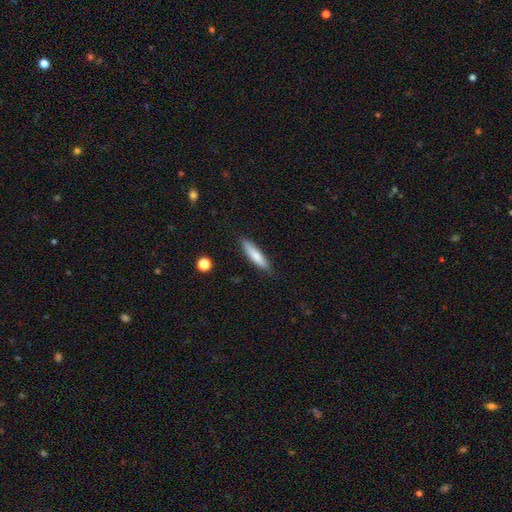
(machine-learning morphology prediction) This appears to be a smooth galaxy with no disk features (79%) that is cigar-shaped (77%). Merging: none (84%).